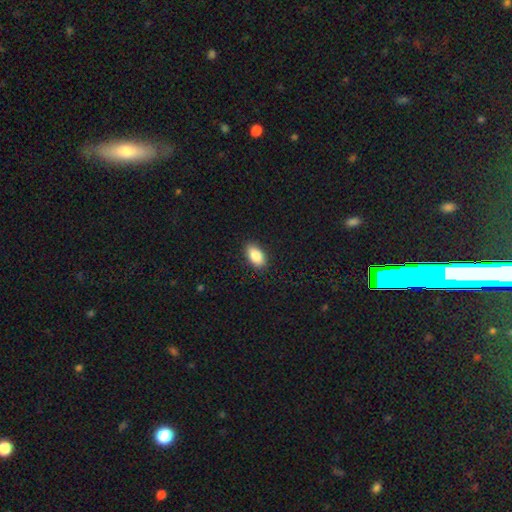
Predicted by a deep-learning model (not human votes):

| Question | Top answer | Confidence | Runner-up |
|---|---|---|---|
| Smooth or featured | smooth | 87% | star or artifact (7%) |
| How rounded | in between | 92% | round (5%) |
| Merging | none | 89% | minor disturbance (8%) |